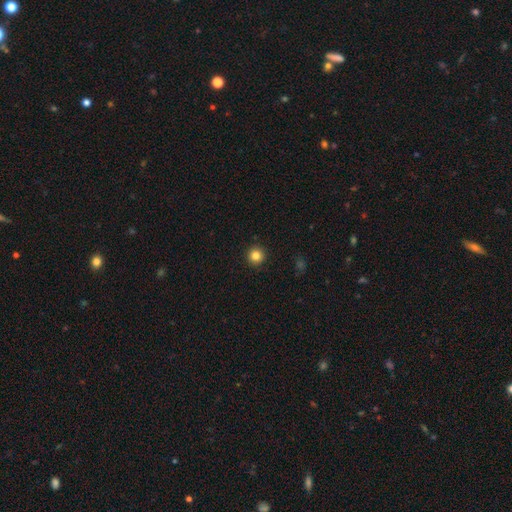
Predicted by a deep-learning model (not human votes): Morphology: type=smooth (84%); roundness=round (95%); merging=none (93%).